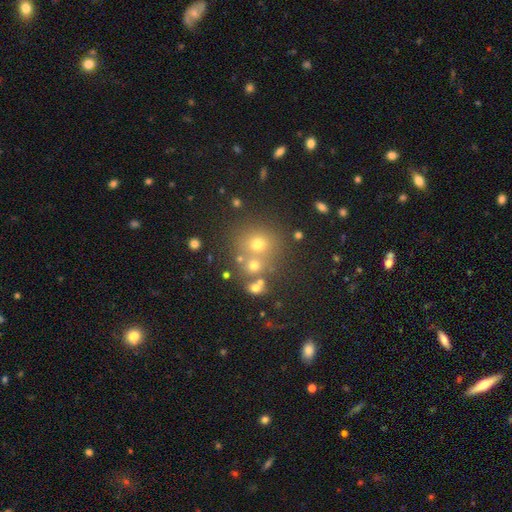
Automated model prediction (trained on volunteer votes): This appears to be a smooth galaxy with no disk features (56%) that is round (86%). Merging: none (59%).